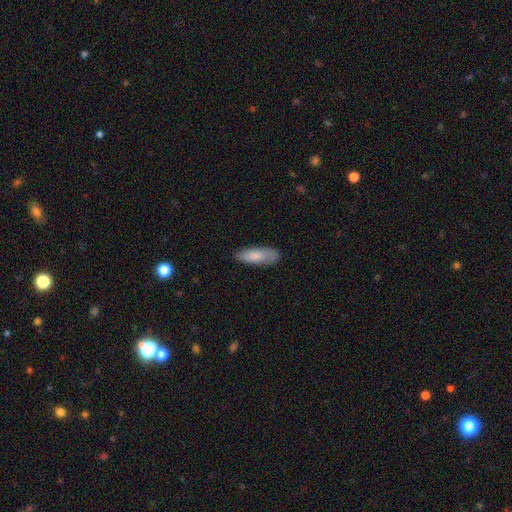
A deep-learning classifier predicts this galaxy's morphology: smooth 80%, featured or disk 14%, star or artifact 6%. Down the decision tree: how rounded — in between (63%); merging — none (78%).